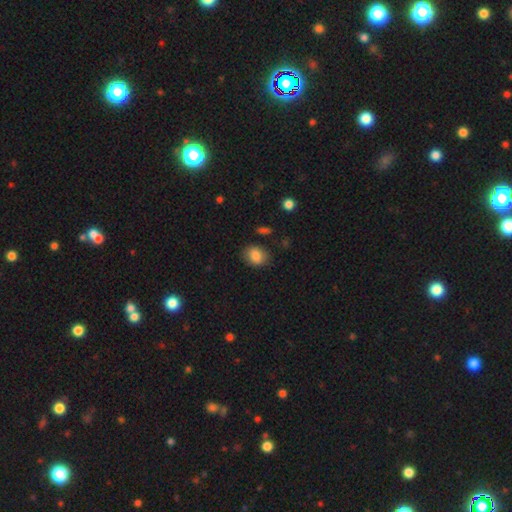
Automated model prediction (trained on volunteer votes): A smooth galaxy with no disk features (84%) that is in between round and cigar-shaped (55%).

Vote fractions:
- Smooth or featured? smooth: 84% / star or artifact: 9% / featured or disk: 7%
- How rounded? in between: 55% / round: 44% / cigar-shaped: 1%
- Merging? none: 82% / minor disturbance: 13% / major disturbance: 3% / merger: 2%